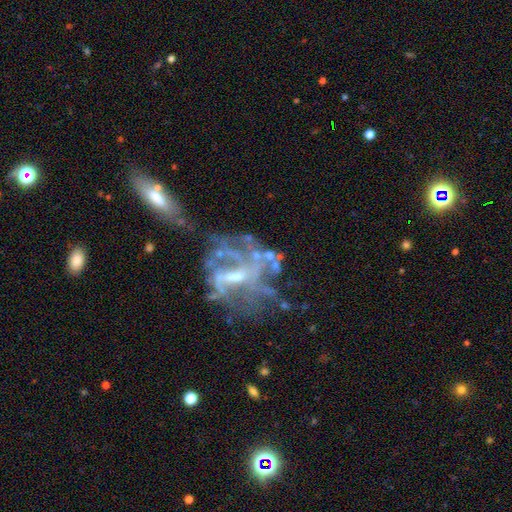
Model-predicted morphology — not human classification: type=featured or disk (78%); edge-on=no (97%); bar=no (41%, tied with weak); spiral arms=yes (62%); bulge=small (40%); merging=major disturbance (36%, tied with none).